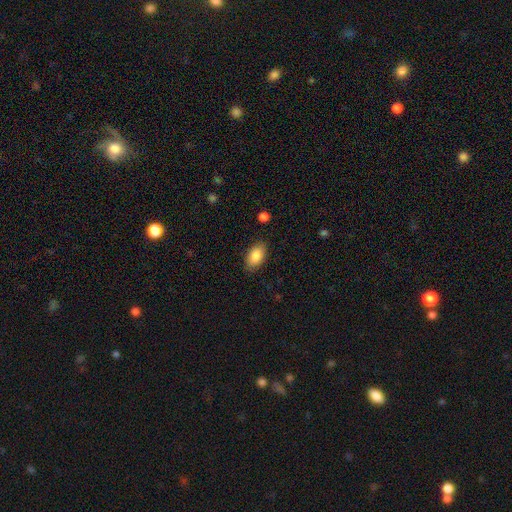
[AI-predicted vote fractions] A smooth galaxy with no disk features (86%) that is in between round and cigar-shaped (92%). Merging: none (86%).